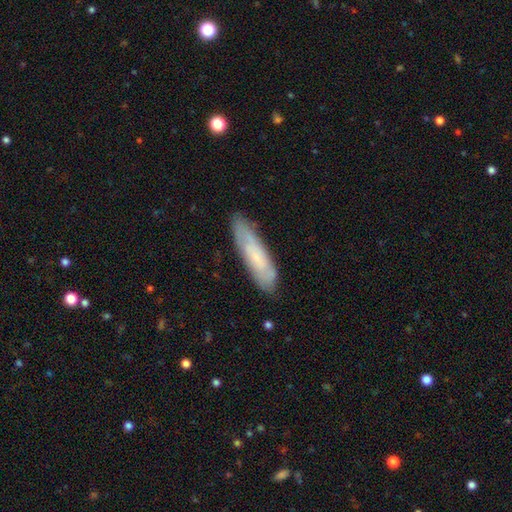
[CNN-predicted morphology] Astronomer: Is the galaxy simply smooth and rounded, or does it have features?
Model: smooth — 57% (runner-up: featured or disk, 36%).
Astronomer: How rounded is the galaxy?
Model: cigar-shaped — 71%.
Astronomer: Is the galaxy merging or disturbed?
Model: none — 80%.